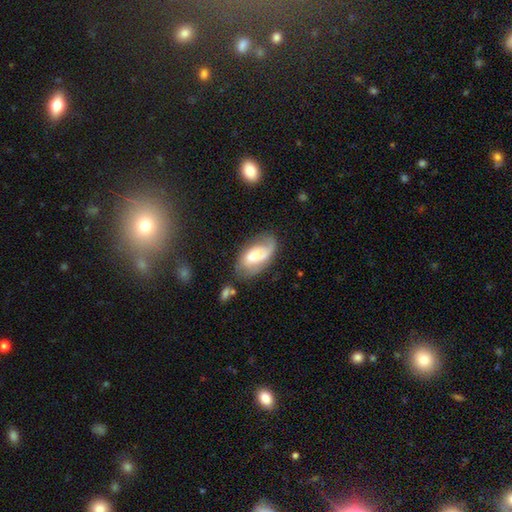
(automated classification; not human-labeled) Overall: featured or disk (50%; smooth 43%). Merging: none (50%; minor disturbance 28%).